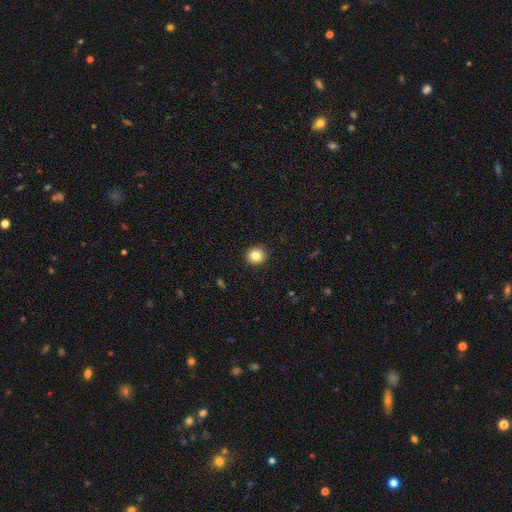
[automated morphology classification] Overall: smooth (83%). How rounded: round (90%). Merging: none (92%).